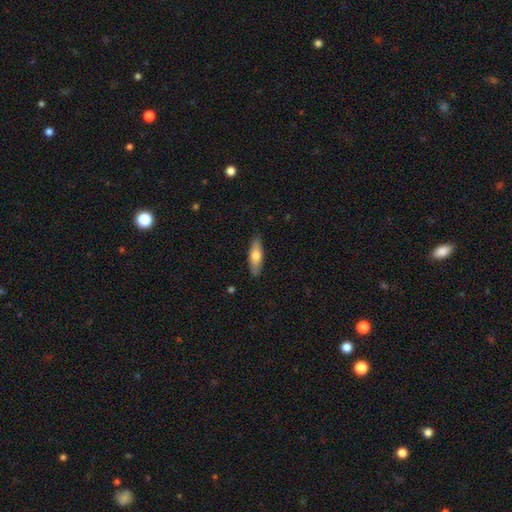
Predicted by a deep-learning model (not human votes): smooth 67%, featured or disk 27%, star or artifact 6%. Down the decision tree: how rounded — cigar-shaped (51%); merging — none (88%).